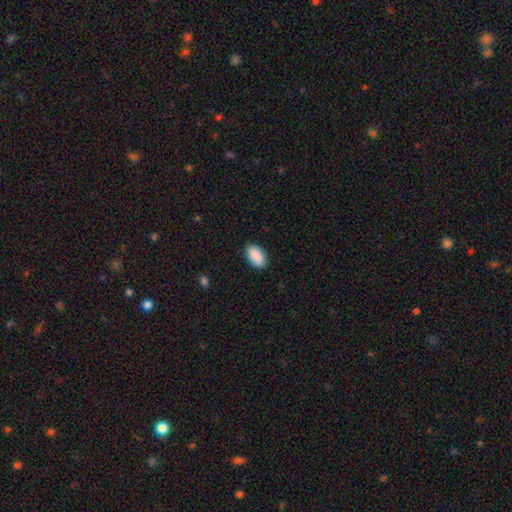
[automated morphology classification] smooth-or-featured: smooth: 90% | star or artifact: 6% | featured or disk: 4%
  how-rounded: in between: 94% | round: 4% | cigar-shaped: 1%
  merging: none: 88% | minor disturbance: 9% | major disturbance: 2% | merger: 1%